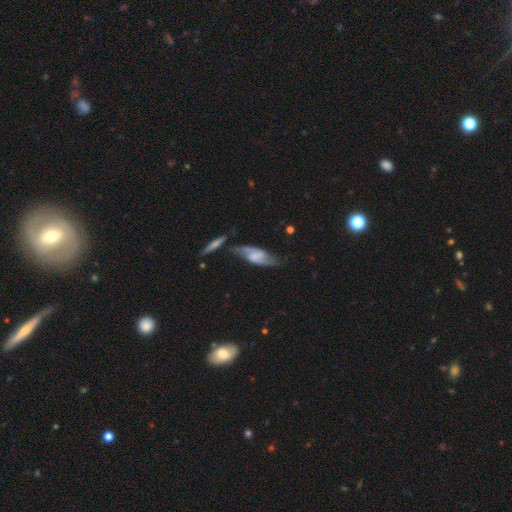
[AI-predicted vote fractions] This appears to be a featured or disk galaxy (67%) with a weak bar (42%), spiral arms (90%) and no central bulge (40%). Merging: none (62%).